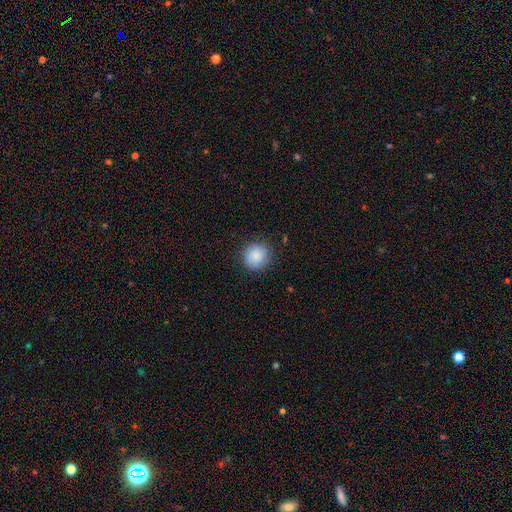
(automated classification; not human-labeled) smooth_or_featured: smooth (p=0.86) [alt: star or artifact p=0.07]
how_rounded: round (p=0.90) [alt: in between p=0.09]
merging: none (p=0.84) [alt: minor disturbance p=0.12]